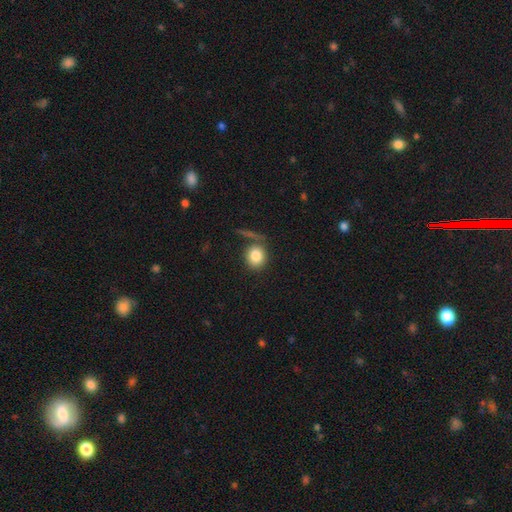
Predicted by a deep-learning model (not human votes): smooth_or_featured: smooth (p=0.83) [alt: star or artifact p=0.09]
how_rounded: round (p=0.77) [alt: in between p=0.22]
merging: none (p=0.67) [alt: minor disturbance p=0.13]